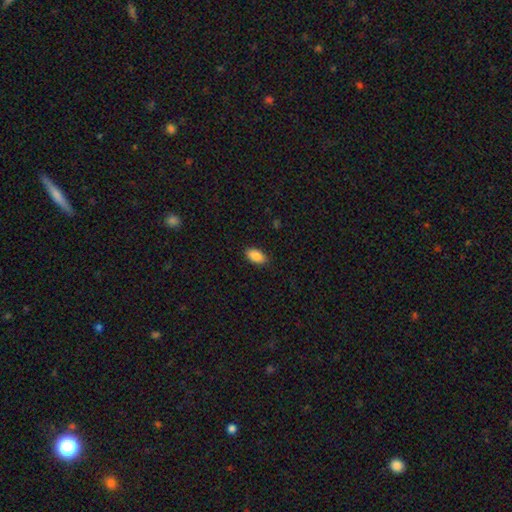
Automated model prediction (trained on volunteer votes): Morphology: type=smooth (88%); roundness=in between (93%); merging=none (85%).